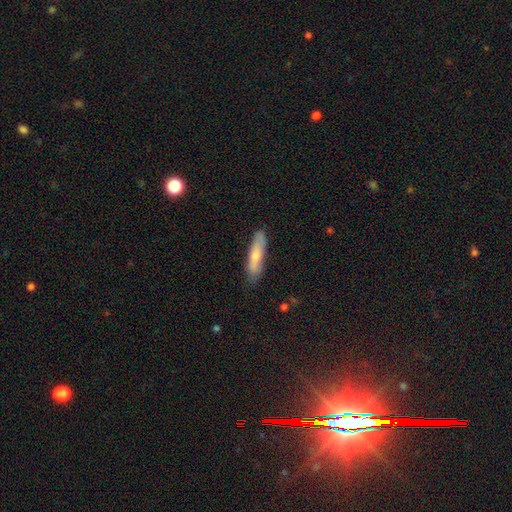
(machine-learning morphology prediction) The model was most divided on "smooth or featured": smooth: 69%, featured or disk: 26%, star or artifact: 6%. More confident: merging — none (79%); how rounded — cigar-shaped (76%).